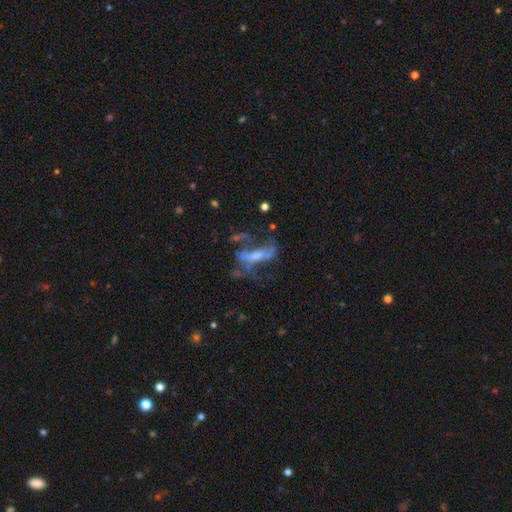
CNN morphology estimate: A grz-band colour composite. It shows a featured or disk galaxy (64%). Merging: major disturbance (39%).